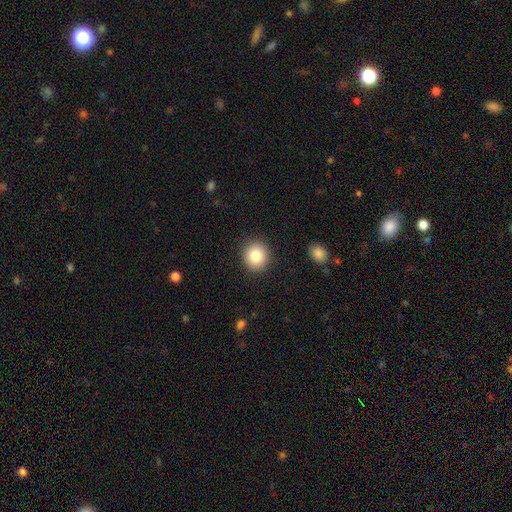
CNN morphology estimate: A smooth galaxy with no disk features (82%) that is round (87%).

Vote fractions:
- Smooth or featured? smooth: 82% / star or artifact: 10% / featured or disk: 8%
- How rounded? round: 87% / in between: 13% / cigar-shaped: 1%
- Merging? none: 90% / minor disturbance: 6% / major disturbance: 2% / merger: 1%